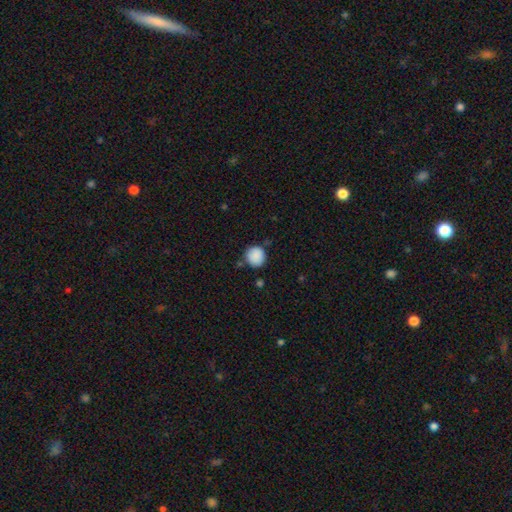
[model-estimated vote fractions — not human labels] A smooth galaxy with no disk features (88%) that is round (90%). Merging: none (79%).